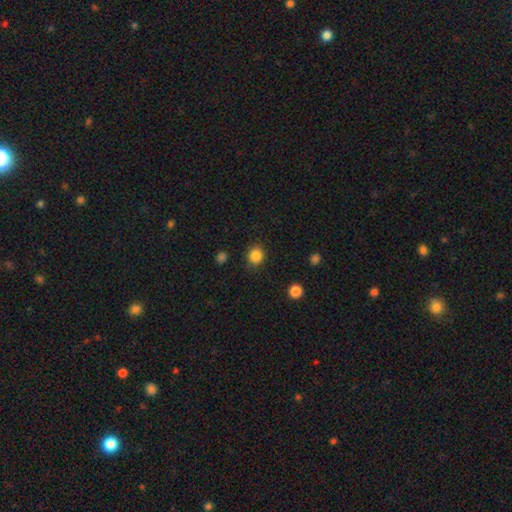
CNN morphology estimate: smooth 85%, star or artifact 11%, featured or disk 4%. Down the decision tree: how rounded — round (83%); merging — none (87%).